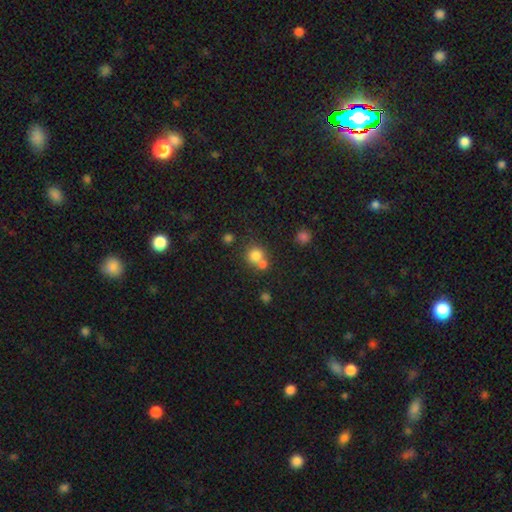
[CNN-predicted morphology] Smooth or featured: smooth — 78% (star or artifact — 13%)
How rounded: round — 86% (in between — 13%)
Merging: none — 48% (merger — 41%)